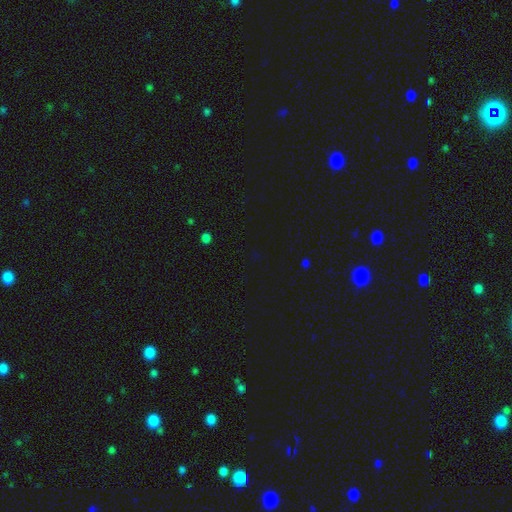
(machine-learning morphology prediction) smooth-or-featured: star or artifact: 70% | smooth: 24% | featured or disk: 7%